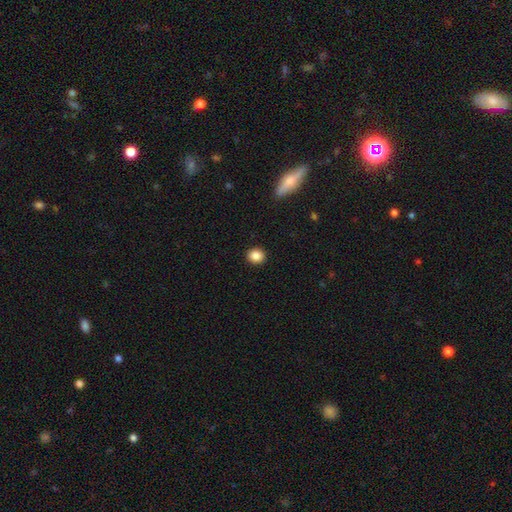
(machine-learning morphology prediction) Smooth or featured?
  - smooth: 87% *
  - star or artifact: 9%
  - featured or disk: 3%
How rounded?
  - round: 76% *
  - in between: 23%
  - cigar-shaped: 1%
Merging?
  - none: 92% *
  - minor disturbance: 5%
  - major disturbance: 2%
  - merger: 1%